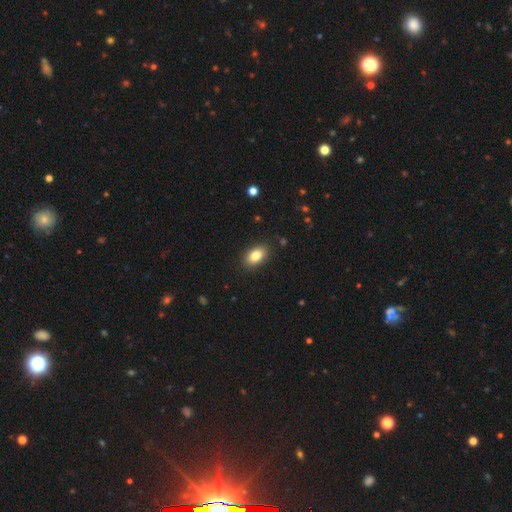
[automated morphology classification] The model was most divided on "smooth or featured": smooth: 84%, featured or disk: 8%, star or artifact: 8%. More confident: how rounded — in between (90%); merging — none (88%).